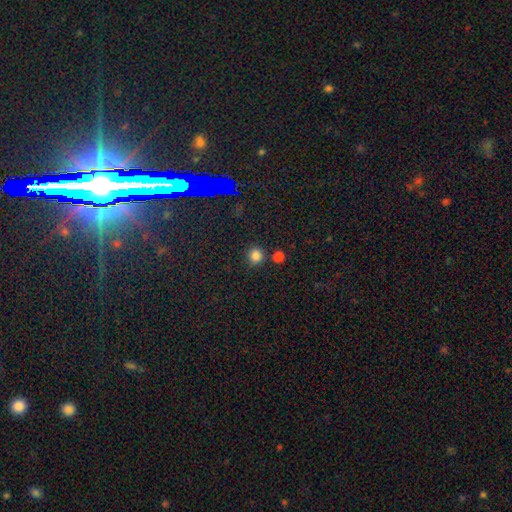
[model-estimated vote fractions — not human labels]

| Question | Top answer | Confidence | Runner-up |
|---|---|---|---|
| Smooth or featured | smooth | 80% | star or artifact (16%) |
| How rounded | round | 90% | in between (9%) |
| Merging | none | 80% | merger (9%) |